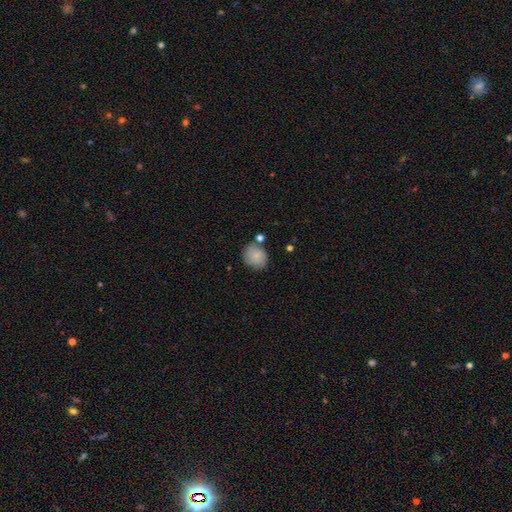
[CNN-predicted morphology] This is likely a smooth galaxy (77%). How rounded: likely round (77%). Merging: likely none (68%).